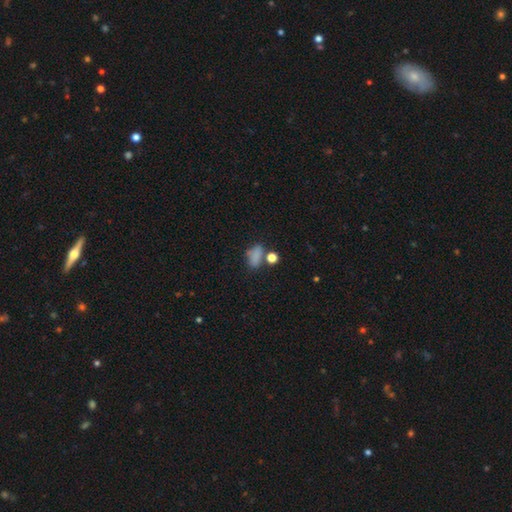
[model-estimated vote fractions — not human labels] Smooth or featured?
  - smooth: 77% *
  - star or artifact: 14%
  - featured or disk: 8%
How rounded?
  - in between: 78% *
  - round: 18%
  - cigar-shaped: 5%
Merging?
  - none: 53% *
  - minor disturbance: 19%
  - merger: 18%
  - major disturbance: 10%